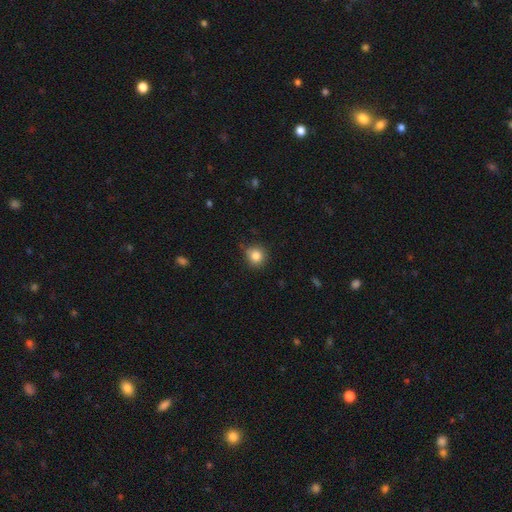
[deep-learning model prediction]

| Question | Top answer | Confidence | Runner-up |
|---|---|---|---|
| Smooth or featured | smooth | 84% | star or artifact (11%) |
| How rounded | round | 89% | in between (10%) |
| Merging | none | 80% | minor disturbance (15%) |